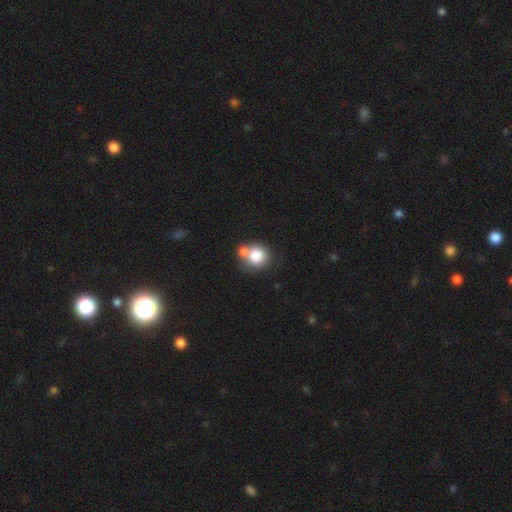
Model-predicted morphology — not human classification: Overall: smooth (79%). How rounded: round (86%). Merging: none (44%; merger 42%).